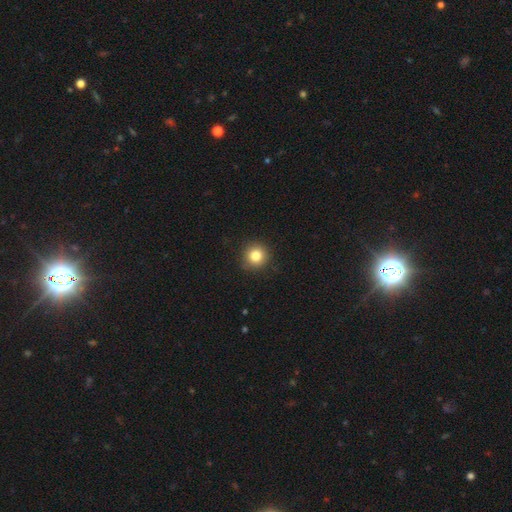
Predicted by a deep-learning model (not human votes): smooth 83%, star or artifact 11%, featured or disk 6%. Down the decision tree: how rounded — round (93%); merging — none (89%).